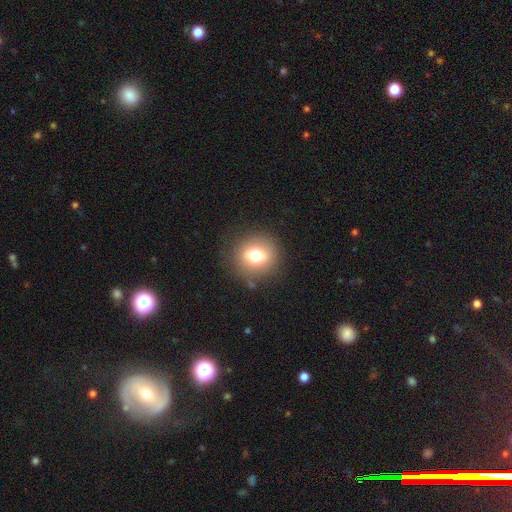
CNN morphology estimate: type=smooth (72%); roundness=round (84%); merging=none (85%).